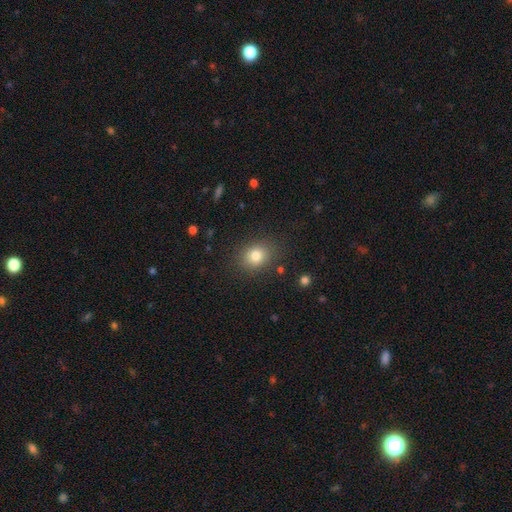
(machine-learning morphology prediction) The model was most divided on "how rounded": round: 56%, in between: 43%, cigar-shaped: 1%. More confident: merging — none (83%); smooth or featured — smooth (80%).